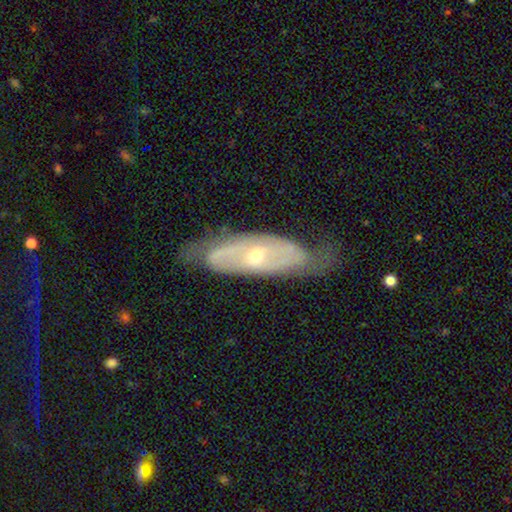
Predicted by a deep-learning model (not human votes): Smooth or featured?
  - featured or disk: 77% *
  - smooth: 17%
  - star or artifact: 6%
Edge-on disk?
  - no: 79% *
  - yes: 21%
Bar?
  - no: 53% *
  - weak: 34%
  - strong: 13%
Spiral arms?
  - yes: 79% *
  - no: 21%
Bulge size?
  - moderate: 51% *
  - small: 45%
  - large: 2%
  - none: 1%
  - dominant: 1%
Merging?
  - none: 66% *
  - minor disturbance: 24%
  - major disturbance: 9%
  - merger: 2%